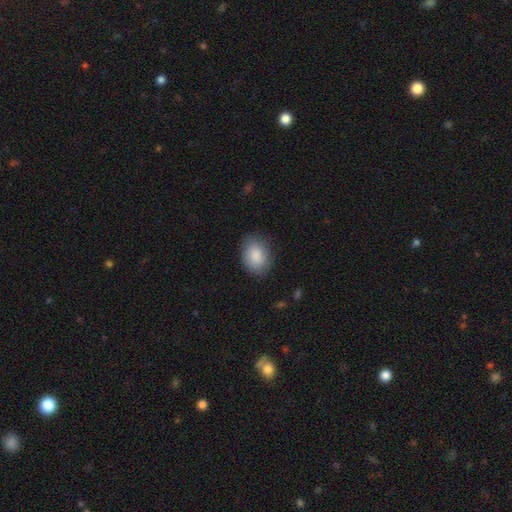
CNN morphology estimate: A smooth galaxy with no disk features (87%) that is in between round and cigar-shaped (72%).

Vote fractions:
- Smooth or featured? smooth: 87% / star or artifact: 7% / featured or disk: 6%
- How rounded? in between: 72% / round: 27% / cigar-shaped: 1%
- Merging? none: 82% / minor disturbance: 13% / major disturbance: 3% / merger: 1%